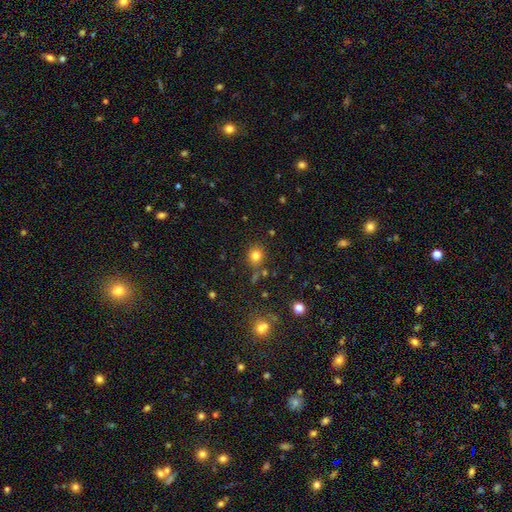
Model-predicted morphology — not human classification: Q: Smooth or featured?
A: smooth (78%); runner-up: star or artifact (15%)
Q: How rounded?
A: round (83%); runner-up: in between (16%)
Q: Merging?
A: none (79%); runner-up: minor disturbance (11%)